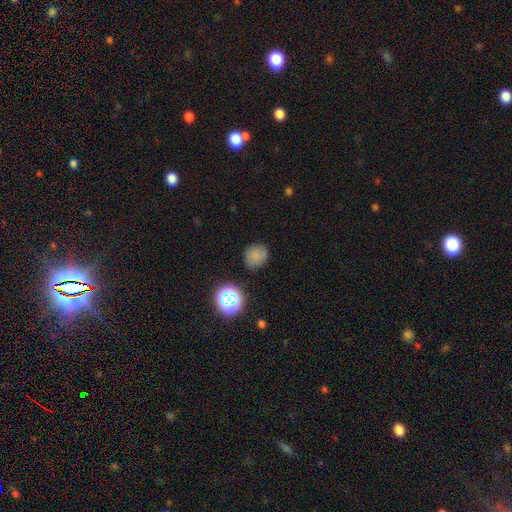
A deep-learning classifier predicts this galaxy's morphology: Smooth or featured: smooth — 75% (star or artifact — 17%)
How rounded: round — 80% (in between — 19%)
Merging: none — 80% (minor disturbance — 13%)